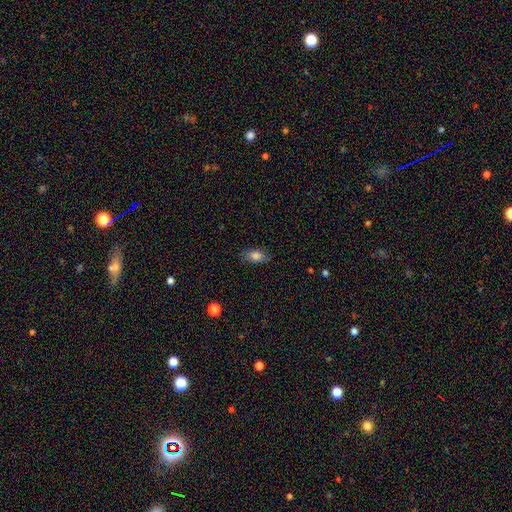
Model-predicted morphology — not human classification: A smooth galaxy with no disk features (82%) that is in between round and cigar-shaped (88%).

Vote fractions:
- Smooth or featured? smooth: 82% / featured or disk: 10% / star or artifact: 8%
- How rounded? in between: 88% / round: 6% / cigar-shaped: 6%
- Merging? none: 83% / minor disturbance: 13% / major disturbance: 3% / merger: 1%